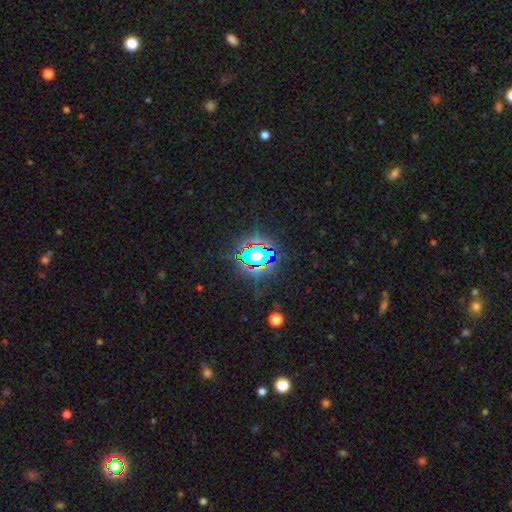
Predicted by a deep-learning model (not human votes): This appears to be a star or artifact, not a galaxy (62%).